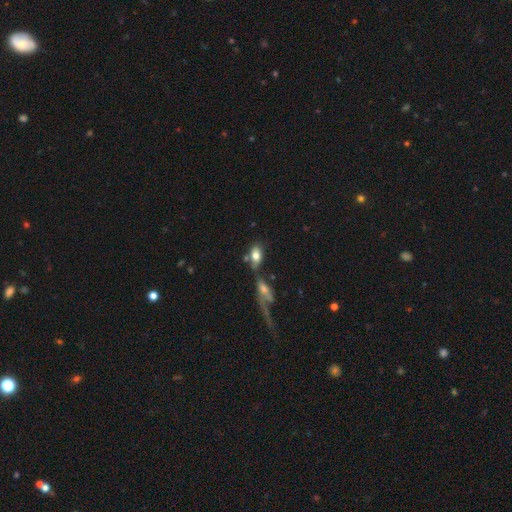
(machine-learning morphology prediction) A smooth galaxy with no disk features (72%) that is in between round and cigar-shaped (88%).

Vote fractions:
- Smooth or featured? smooth: 72% / featured or disk: 20% / star or artifact: 8%
- How rounded? in between: 88% / round: 8% / cigar-shaped: 4%
- Merging? none: 41% / merger: 36% / minor disturbance: 14% / major disturbance: 9%